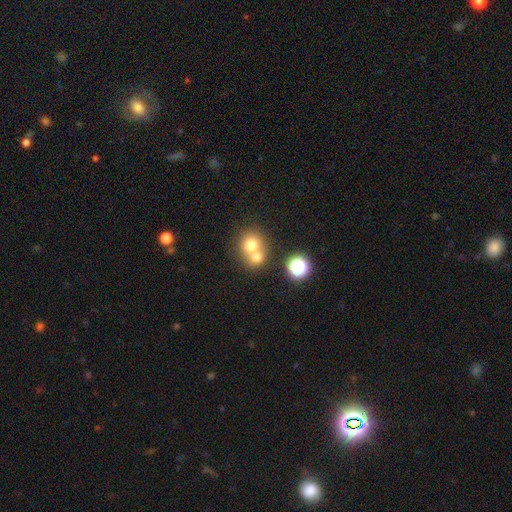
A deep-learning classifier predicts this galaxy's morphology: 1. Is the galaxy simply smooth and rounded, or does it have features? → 70% smooth, 16% featured or disk, 14% star or artifact.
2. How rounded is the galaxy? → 80% round, 19% in between, 1% cigar-shaped.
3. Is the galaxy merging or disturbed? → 58% merger, 34% none, 5% minor disturbance, 3% major disturbance.